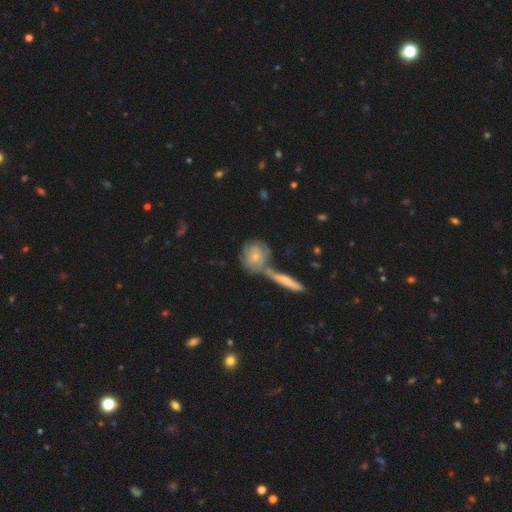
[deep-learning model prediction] This appears to be a smooth galaxy with no disk features (47%). Merging: none (46%).